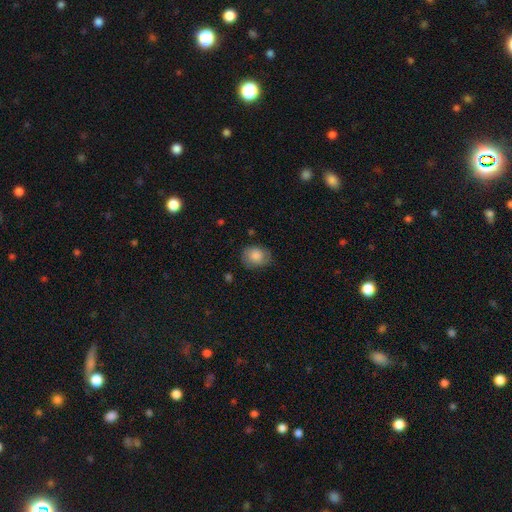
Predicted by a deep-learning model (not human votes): This appears to be a smooth galaxy with no disk features (82%) that is round (52%). Merging: none (74%).